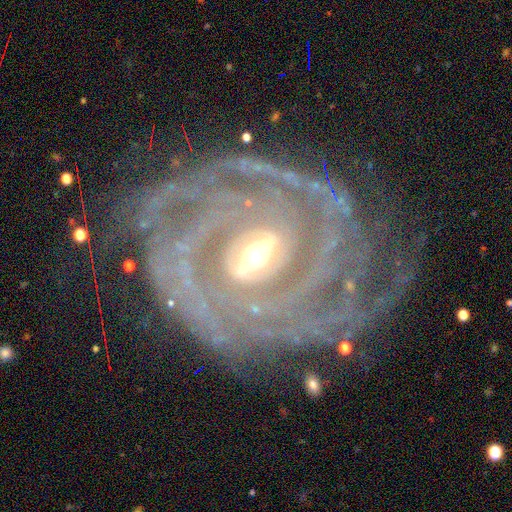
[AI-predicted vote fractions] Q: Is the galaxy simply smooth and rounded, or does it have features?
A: featured or disk — 91%.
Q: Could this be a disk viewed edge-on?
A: no — 96%.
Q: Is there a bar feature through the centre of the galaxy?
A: weak — 43%.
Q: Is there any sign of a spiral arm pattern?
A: yes — 96%.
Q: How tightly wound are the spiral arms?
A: tight — 78%.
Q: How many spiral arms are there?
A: can't tell — 25%, tied with 2.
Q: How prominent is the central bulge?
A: moderate — 58%.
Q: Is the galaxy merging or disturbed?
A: none — 72%.